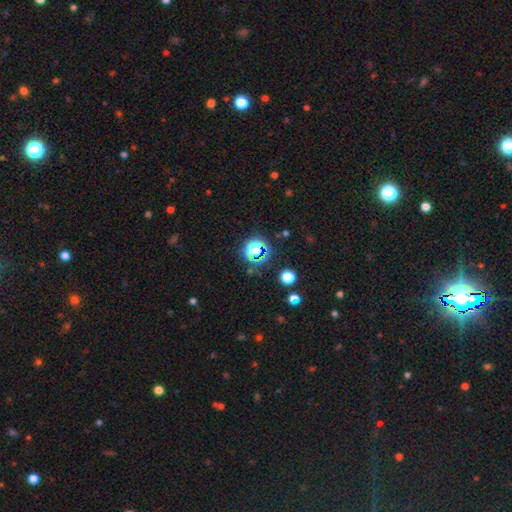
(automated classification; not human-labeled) star or artifact 74%, smooth 19%, featured or disk 7%.